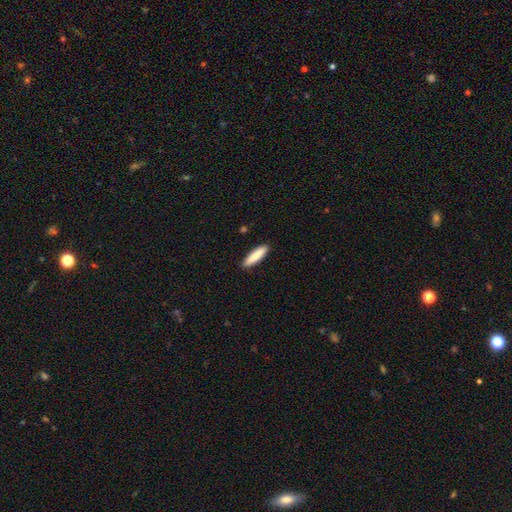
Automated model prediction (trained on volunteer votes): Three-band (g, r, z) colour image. It shows a smooth galaxy with no disk features (85%) that is cigar-shaped (72%). Merging: none (91%).